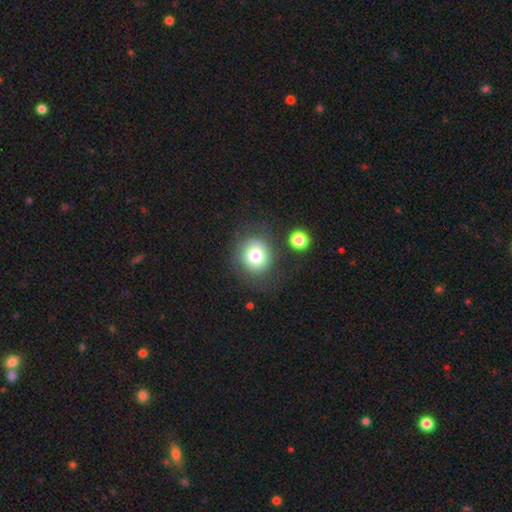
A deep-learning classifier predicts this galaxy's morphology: Smooth or featured: smooth — 72% (featured or disk — 17%)
How rounded: round — 85% (in between — 14%)
Merging: none — 73% (minor disturbance — 14%)